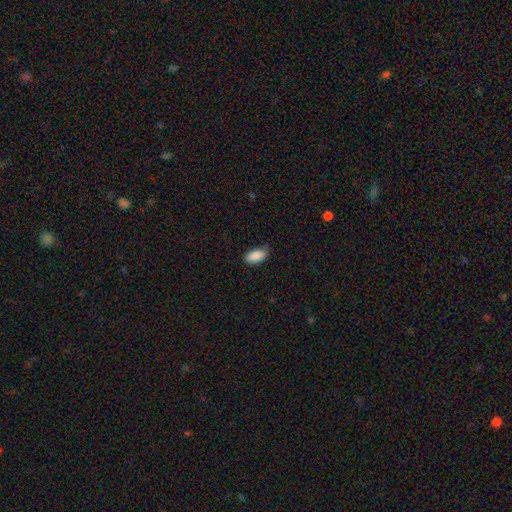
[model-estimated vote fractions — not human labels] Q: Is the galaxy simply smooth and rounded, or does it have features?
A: smooth — 89%.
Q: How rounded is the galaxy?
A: in between — 94%.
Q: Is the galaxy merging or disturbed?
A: none — 67%.